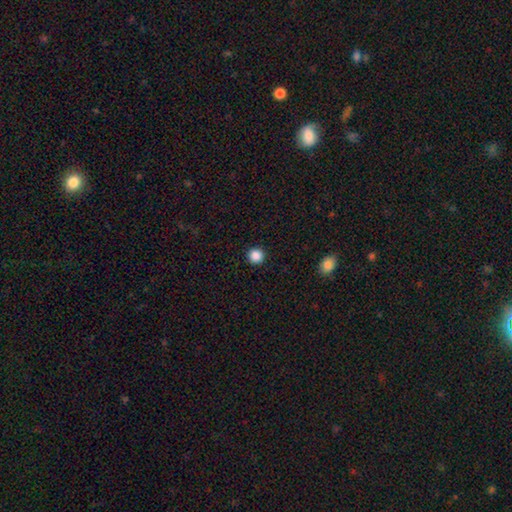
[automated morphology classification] A smooth galaxy with no disk features (87%) that is round (96%).

Vote fractions:
- Smooth or featured? smooth: 87% / star or artifact: 11% / featured or disk: 3%
- How rounded? round: 96% / in between: 3% / cigar-shaped: 1%
- Merging? none: 93% / minor disturbance: 4% / major disturbance: 2% / merger: 1%